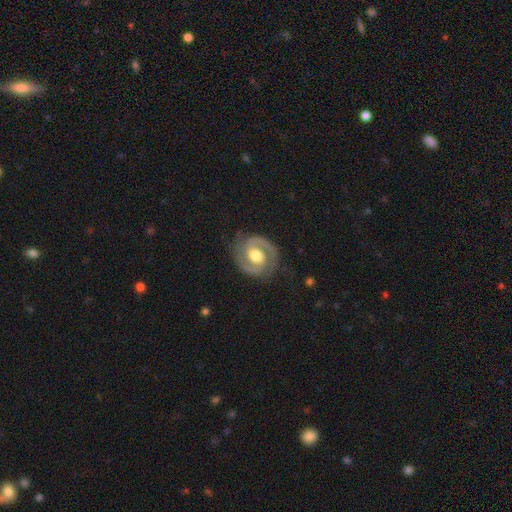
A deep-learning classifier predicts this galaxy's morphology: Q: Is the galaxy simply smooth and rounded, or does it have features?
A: featured or disk — 89%.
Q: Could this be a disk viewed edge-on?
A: no — 98%.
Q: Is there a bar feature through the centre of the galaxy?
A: no — 43%.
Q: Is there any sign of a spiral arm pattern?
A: yes — 97%.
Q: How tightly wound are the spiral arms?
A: medium — 46%, tied with tight.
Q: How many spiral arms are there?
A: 2 — 93%.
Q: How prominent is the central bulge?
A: moderate — 65%.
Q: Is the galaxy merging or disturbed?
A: none — 81%.